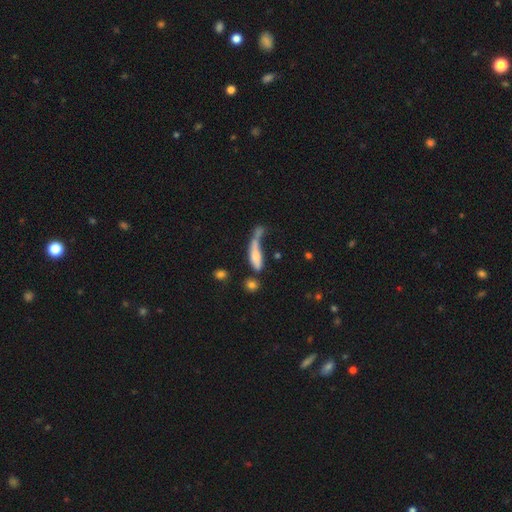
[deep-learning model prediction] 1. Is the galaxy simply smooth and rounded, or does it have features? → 63% smooth, 27% featured or disk, 10% star or artifact.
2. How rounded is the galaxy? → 61% cigar-shaped, 35% in between, 4% round.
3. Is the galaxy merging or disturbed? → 35% merger, 26% major disturbance, 22% none, 17% minor disturbance.